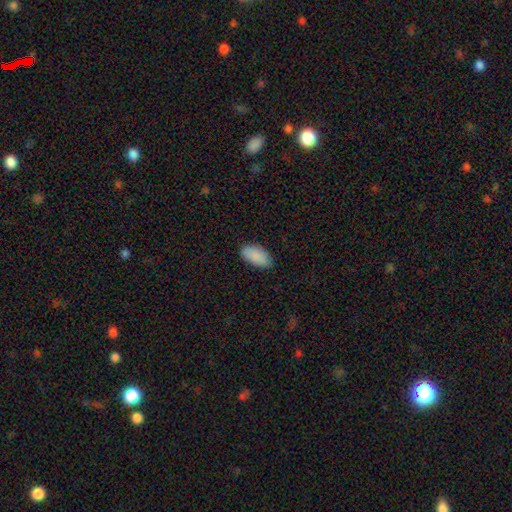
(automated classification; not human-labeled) A smooth galaxy with no disk features (90%) that is in between round and cigar-shaped (95%). Merging: none (84%).